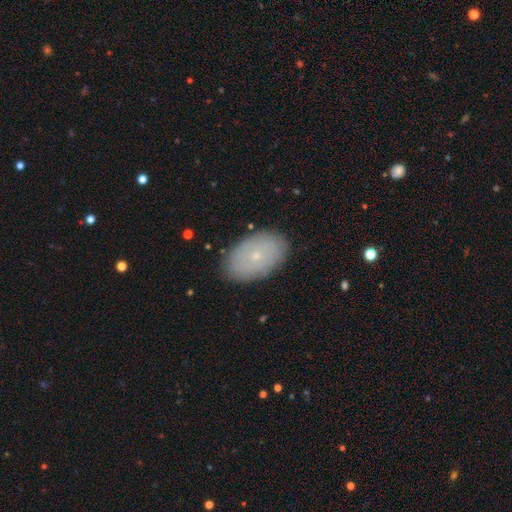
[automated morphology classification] type=smooth (58%); roundness=in between (91%); merging=none (87%).